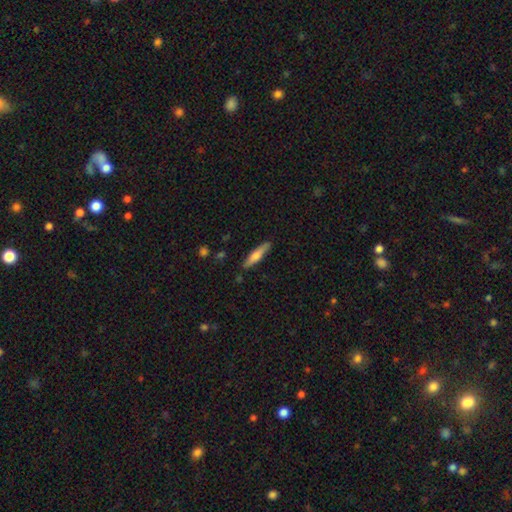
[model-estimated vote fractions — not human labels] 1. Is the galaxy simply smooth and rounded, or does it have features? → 59% smooth, 36% featured or disk, 6% star or artifact.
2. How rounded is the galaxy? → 83% cigar-shaped, 16% in between, 2% round.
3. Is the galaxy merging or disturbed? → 86% none, 10% minor disturbance, 2% major disturbance, 2% merger.